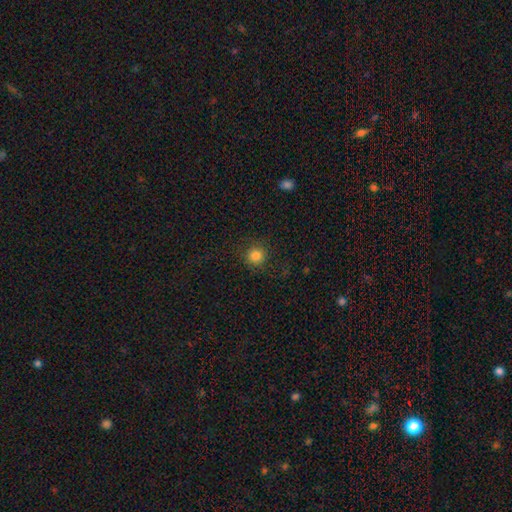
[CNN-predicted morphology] A smooth galaxy with no disk features (83%) that is round (91%).

Vote fractions:
- Smooth or featured? smooth: 83% / star or artifact: 12% / featured or disk: 5%
- How rounded? round: 91% / in between: 8% / cigar-shaped: 1%
- Merging? none: 86% / minor disturbance: 9% / major disturbance: 4% / merger: 1%